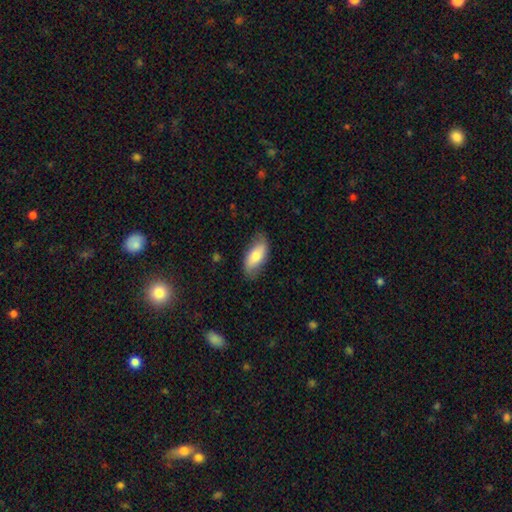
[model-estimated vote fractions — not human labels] The model was most divided on "smooth or featured": smooth: 71%, featured or disk: 23%, star or artifact: 6%. More confident: how rounded — in between (85%); merging — none (74%).